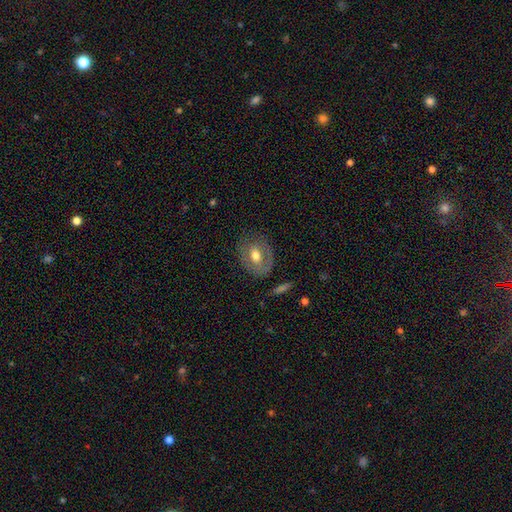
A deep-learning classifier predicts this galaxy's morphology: type=smooth (51%); roundness=in between (51%); merging=none (71%).